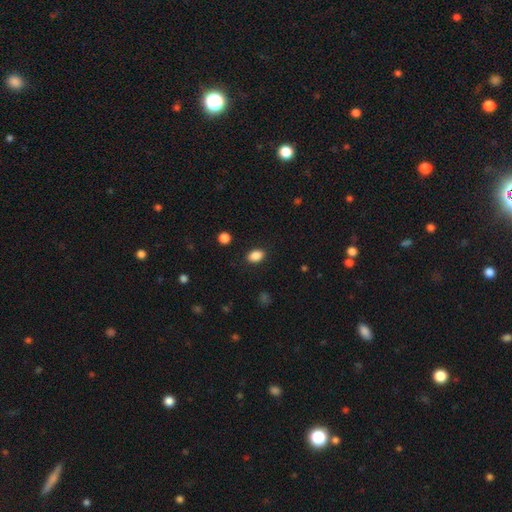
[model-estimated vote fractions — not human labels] smooth-or-featured: smooth: 88% | star or artifact: 9% | featured or disk: 3%
  how-rounded: in between: 80% | round: 19% | cigar-shaped: 1%
  merging: none: 88% | minor disturbance: 8% | major disturbance: 3% | merger: 1%